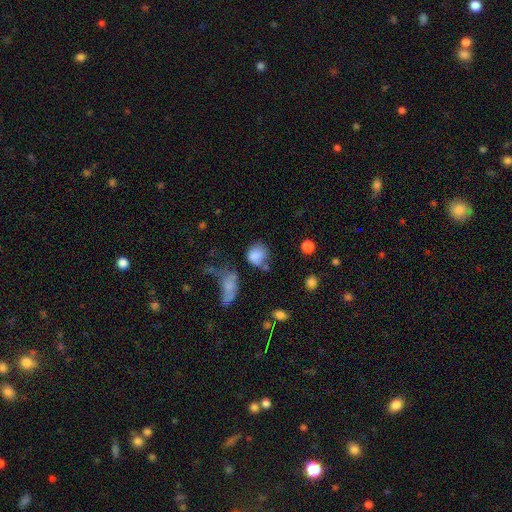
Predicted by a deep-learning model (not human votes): smooth 80%, star or artifact 10%, featured or disk 10%. Down the decision tree: how rounded — round (66%); merging — none (47%).